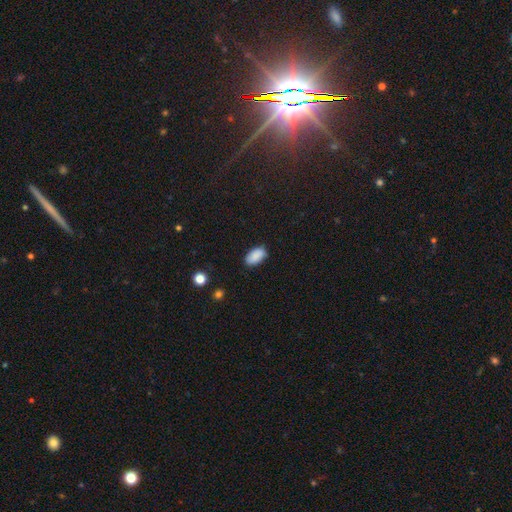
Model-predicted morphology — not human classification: This appears to be a smooth galaxy with no disk features (87%) that is in between round and cigar-shaped (94%). Merging: none (82%).